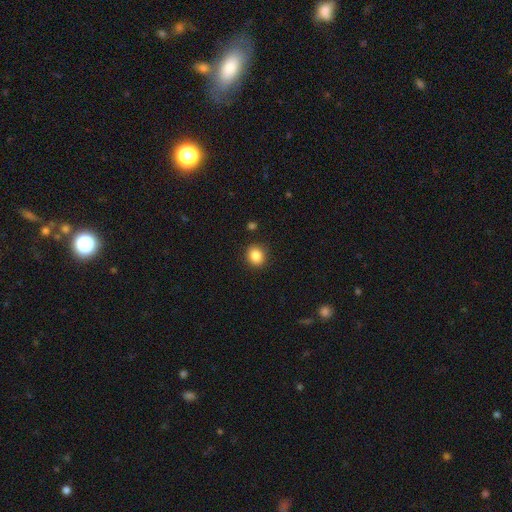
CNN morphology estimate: Smooth or featured: smooth — 86% (star or artifact — 10%)
How rounded: round — 77% (in between — 22%)
Merging: none — 90% (minor disturbance — 7%)